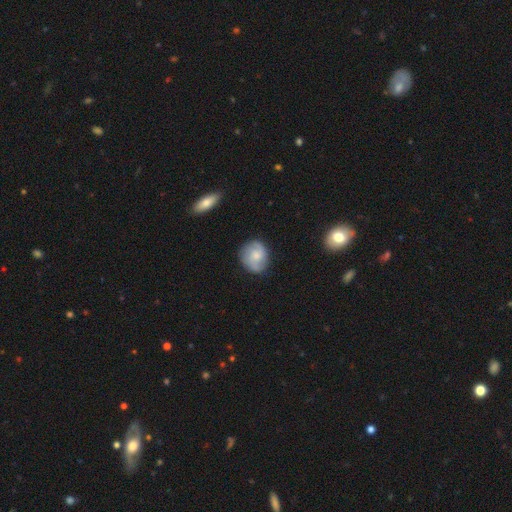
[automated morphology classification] Smooth or featured: featured or disk — 49% (smooth — 44%)
Merging: none — 79% (minor disturbance — 15%)